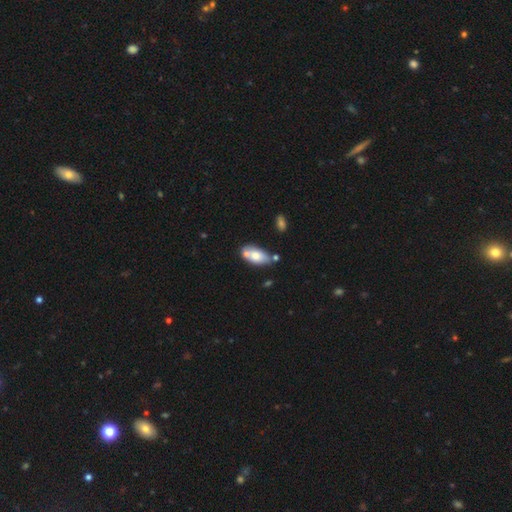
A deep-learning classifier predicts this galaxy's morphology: smooth_or_featured: smooth (p=0.69) [alt: featured or disk p=0.24]
how_rounded: in between (p=0.91) [alt: cigar-shaped p=0.05]
merging: none (p=0.52) [alt: merger p=0.27]